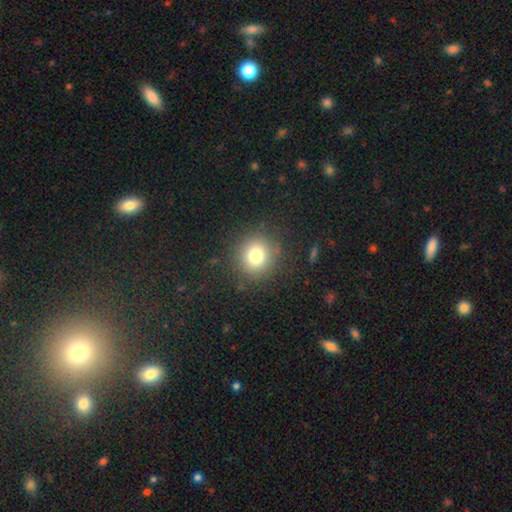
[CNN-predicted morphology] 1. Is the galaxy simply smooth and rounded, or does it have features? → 76% smooth, 14% star or artifact, 9% featured or disk.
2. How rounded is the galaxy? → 90% round, 9% in between, 1% cigar-shaped.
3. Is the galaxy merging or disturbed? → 87% none, 8% minor disturbance, 4% major disturbance, 1% merger.